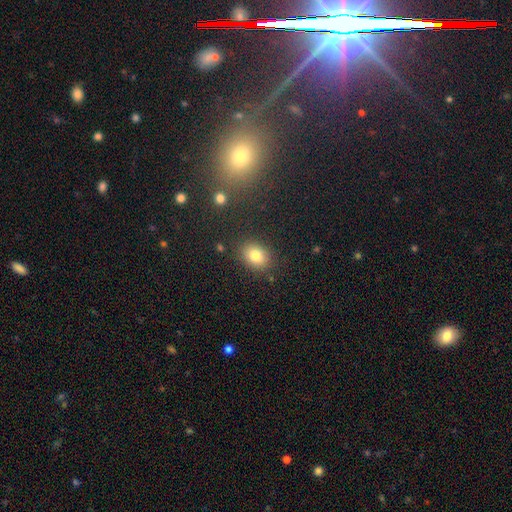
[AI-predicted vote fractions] Morphology: type=smooth (81%); roundness=in between (60%); merging=none (85%).